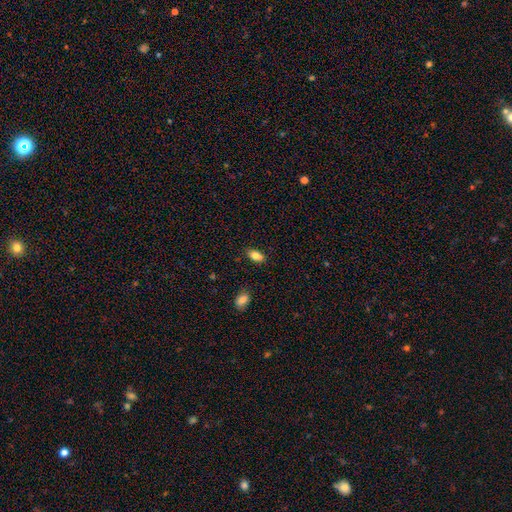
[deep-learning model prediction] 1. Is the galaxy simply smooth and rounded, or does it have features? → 81% smooth, 11% featured or disk, 8% star or artifact.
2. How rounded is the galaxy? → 89% in between, 7% cigar-shaped, 4% round.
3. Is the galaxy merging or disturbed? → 85% none, 11% minor disturbance, 2% major disturbance, 2% merger.